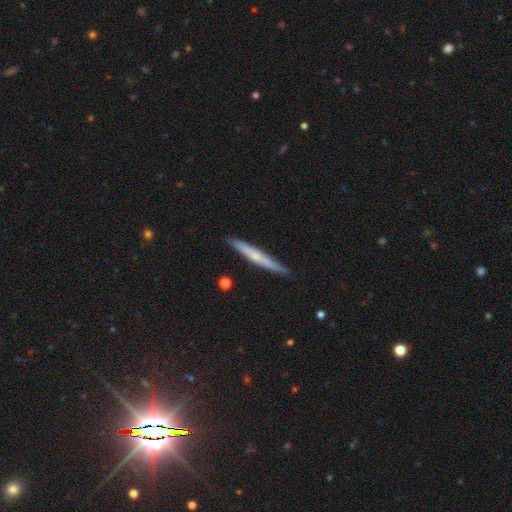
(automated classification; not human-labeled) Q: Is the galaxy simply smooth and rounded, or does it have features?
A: featured or disk — 49%.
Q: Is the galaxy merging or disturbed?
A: none — 89%.